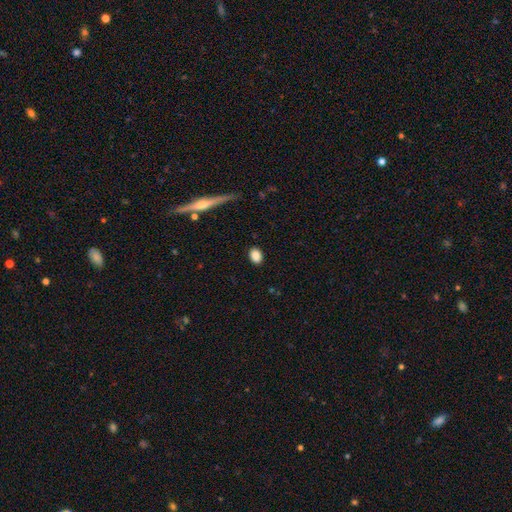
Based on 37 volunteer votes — Morphology: type=smooth (95%); roundness=in between (60%); merging=none (89%).